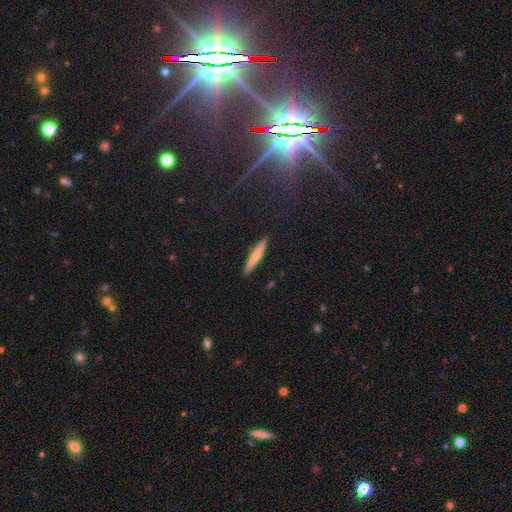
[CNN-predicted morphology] smooth-or-featured: smooth: 65% | featured or disk: 29% | star or artifact: 7%
  how-rounded: cigar-shaped: 92% | in between: 7% | round: 1%
  merging: none: 90% | minor disturbance: 7% | major disturbance: 1% | merger: 1%